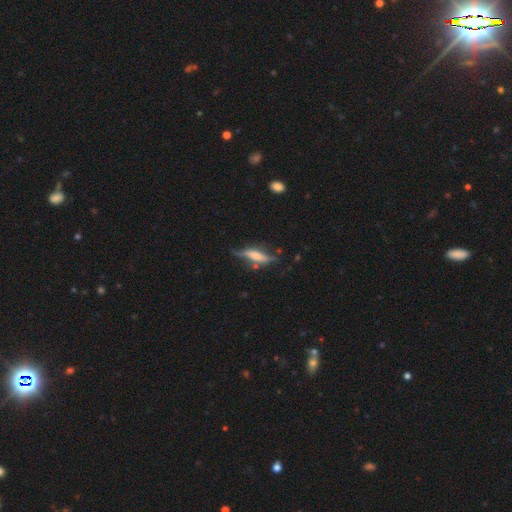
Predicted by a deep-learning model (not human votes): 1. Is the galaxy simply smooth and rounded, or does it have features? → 58% featured or disk, 34% smooth, 8% star or artifact.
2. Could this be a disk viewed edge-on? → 89% yes, 11% no.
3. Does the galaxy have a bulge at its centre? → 54% rounded, 32% boxy, 14% none.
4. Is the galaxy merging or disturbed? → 63% none, 23% minor disturbance, 9% major disturbance, 5% merger.